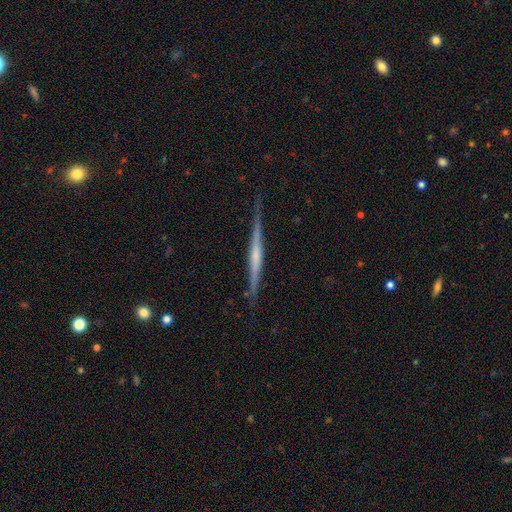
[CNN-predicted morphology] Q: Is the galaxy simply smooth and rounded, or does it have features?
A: featured or disk — 73%.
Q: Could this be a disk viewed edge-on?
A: yes — 98%.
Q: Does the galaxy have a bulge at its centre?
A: none — 45%.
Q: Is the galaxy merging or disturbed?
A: none — 85%.